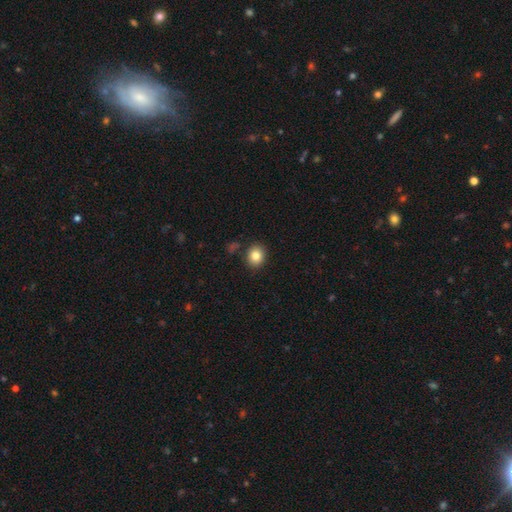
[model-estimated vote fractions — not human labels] This appears to be a smooth galaxy with no disk features (83%) that is round (67%). Merging: none (87%).